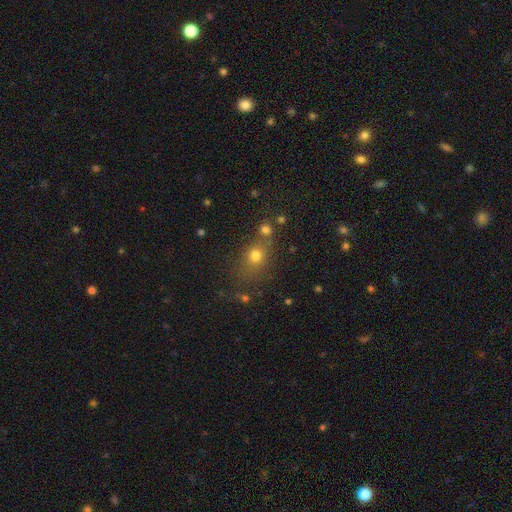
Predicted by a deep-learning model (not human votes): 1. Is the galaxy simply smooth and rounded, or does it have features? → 70% smooth, 19% star or artifact, 11% featured or disk.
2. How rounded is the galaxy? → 59% round, 38% in between, 3% cigar-shaped.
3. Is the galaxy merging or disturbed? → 59% none, 20% merger, 14% minor disturbance, 7% major disturbance.